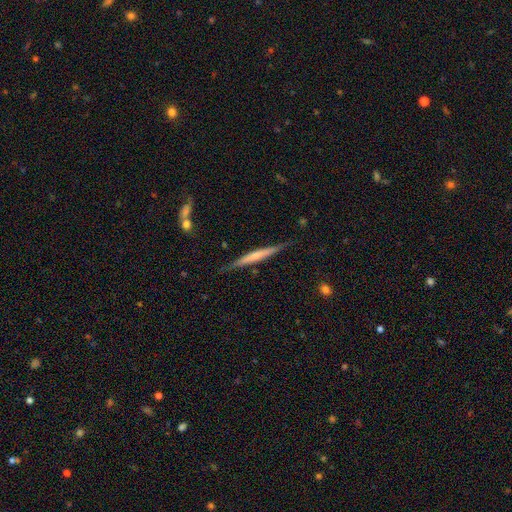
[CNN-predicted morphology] A featured or disk galaxy (56%) viewed edge-on (96%) with no central bulge (56%). Merging: none (84%).